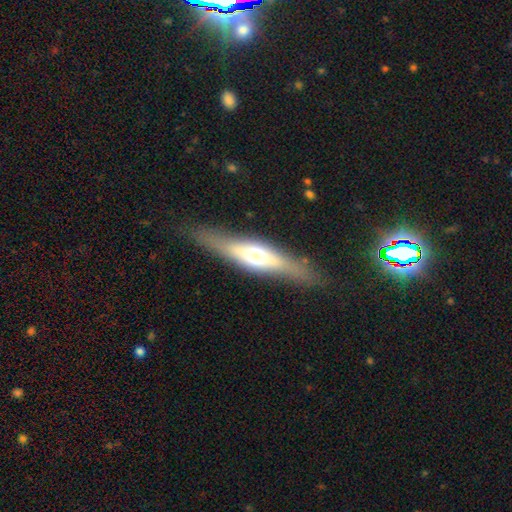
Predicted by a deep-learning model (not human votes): smooth_or_featured: featured or disk (p=0.54) [alt: smooth p=0.39]
disk_edge_on: yes (p=0.86) [alt: no p=0.14]
merging: none (p=0.84) [alt: minor disturbance p=0.11]